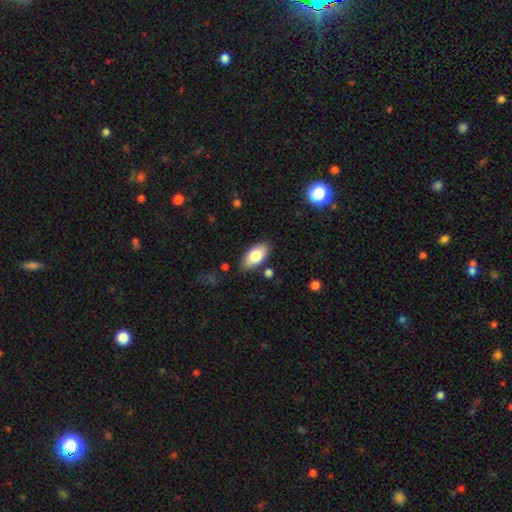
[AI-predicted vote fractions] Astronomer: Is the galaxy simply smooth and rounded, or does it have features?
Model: smooth — 79%.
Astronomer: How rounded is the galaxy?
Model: in between — 93%.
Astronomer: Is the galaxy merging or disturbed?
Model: none — 83%.